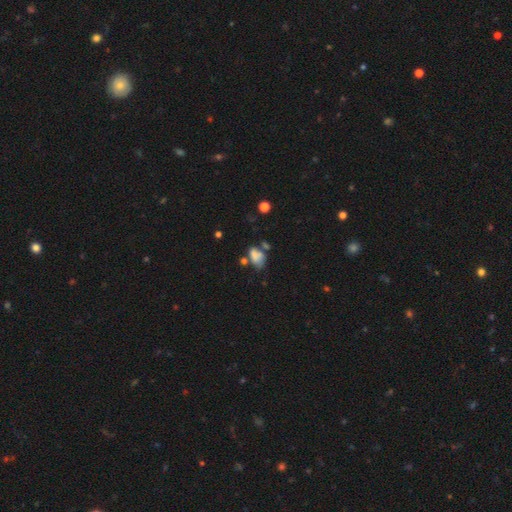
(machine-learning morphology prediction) Smooth or featured: smooth — 70% (featured or disk — 18%)
How rounded: in between — 84% (round — 14%)
Merging: none — 30% (tied with merger — 30%)